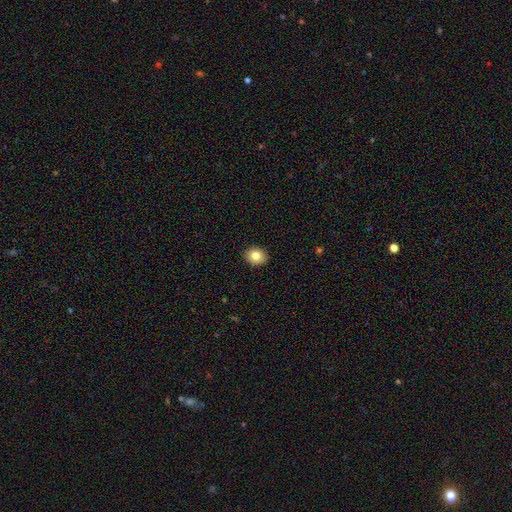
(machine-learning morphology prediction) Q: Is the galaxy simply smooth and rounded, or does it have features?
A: smooth — 80%.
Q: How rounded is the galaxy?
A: round — 58%.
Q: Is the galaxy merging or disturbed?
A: none — 90%.